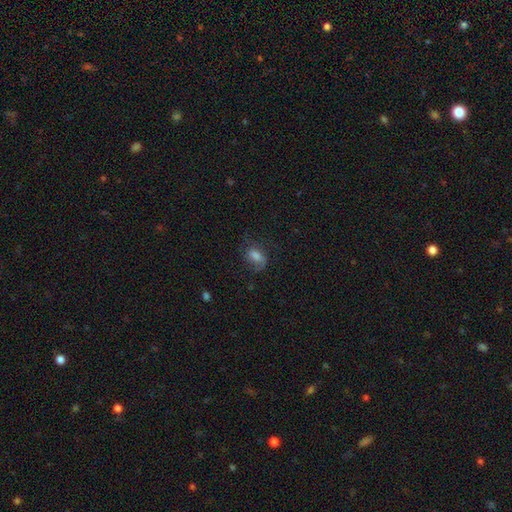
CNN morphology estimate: Overall: smooth (58%; featured or disk 29%). How rounded: in between (80%). Merging: none (58%; minor disturbance 24%).